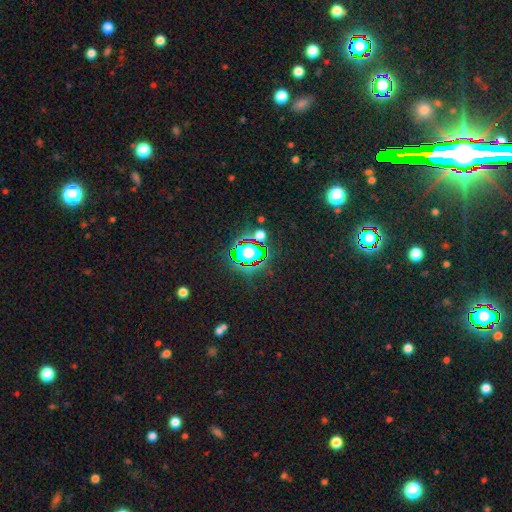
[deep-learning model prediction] Smooth or featured? Predicted: star or artifact (p=0.83).